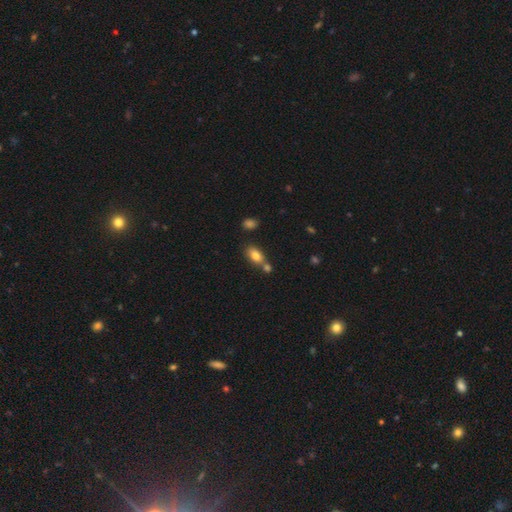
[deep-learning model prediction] smooth_or_featured: smooth (p=0.81) [alt: featured or disk p=0.10]
how_rounded: in between (p=0.87) [alt: round p=0.08]
merging: none (p=0.53) [alt: merger p=0.31]